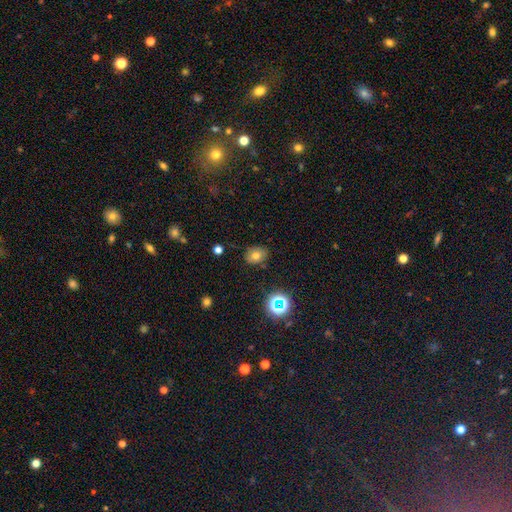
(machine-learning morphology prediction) Smooth or featured?
  - smooth: 72% *
  - star or artifact: 16%
  - featured or disk: 12%
How rounded?
  - in between: 54% *
  - round: 45%
  - cigar-shaped: 1%
Merging?
  - none: 82% *
  - minor disturbance: 13%
  - major disturbance: 3%
  - merger: 2%